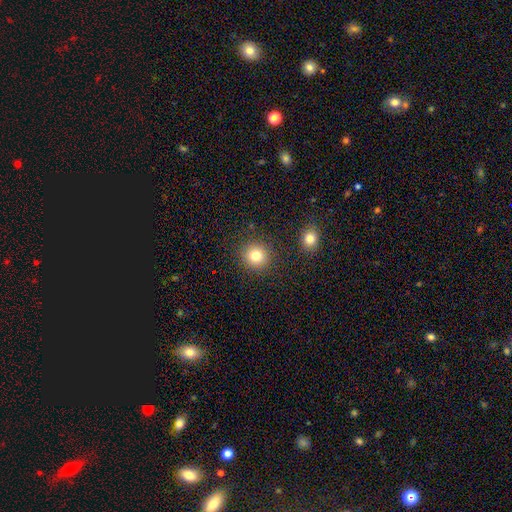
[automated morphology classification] This appears to be a smooth galaxy with no disk features (80%) that is round (92%). Merging: none (89%).